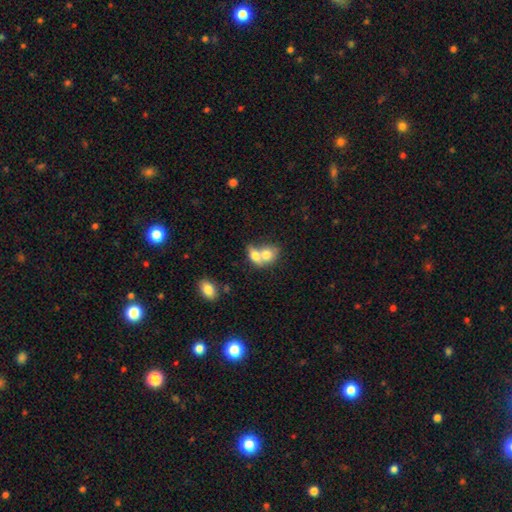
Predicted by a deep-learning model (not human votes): A smooth galaxy with no disk features (73%) that is in between round and cigar-shaped (59%).

Vote fractions:
- Smooth or featured? smooth: 73% / featured or disk: 19% / star or artifact: 8%
- How rounded? in between: 59% / round: 39% / cigar-shaped: 2%
- Merging? merger: 75% / none: 16% / minor disturbance: 5% / major disturbance: 3%